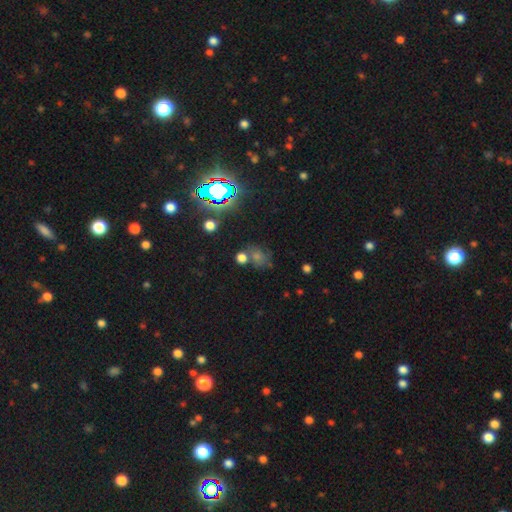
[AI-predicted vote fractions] Q: Smooth or featured?
A: star or artifact (45%); runner-up: smooth (42%)